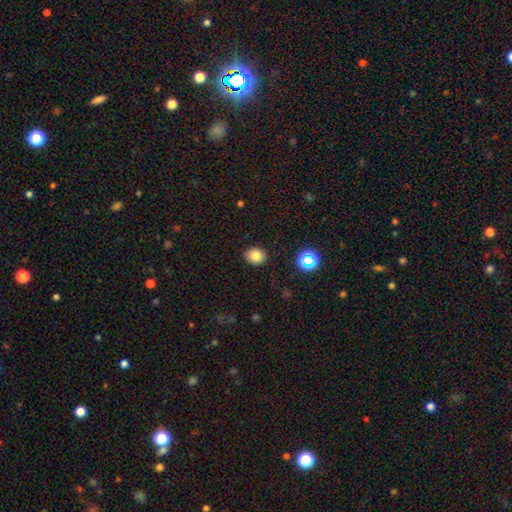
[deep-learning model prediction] smooth 81%, star or artifact 13%, featured or disk 7%. Down the decision tree: how rounded — round (73%); merging — none (87%).